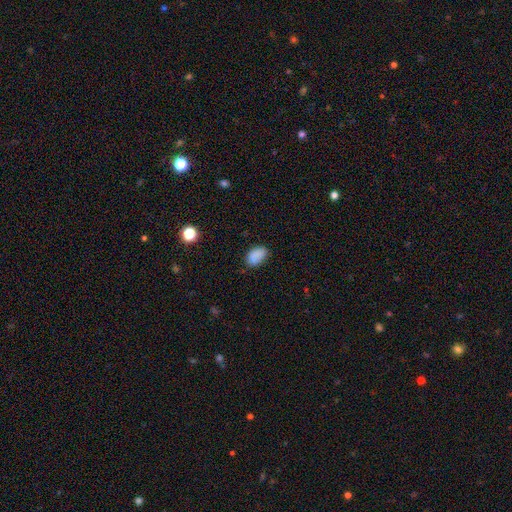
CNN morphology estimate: This appears to be a smooth galaxy with no disk features (86%) that is in between round and cigar-shaped (88%). Merging: none (74%).